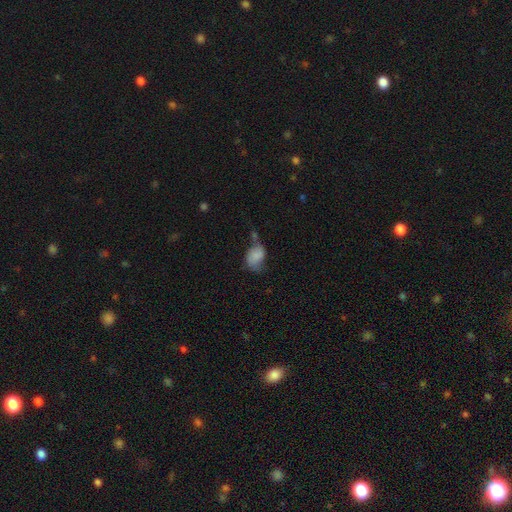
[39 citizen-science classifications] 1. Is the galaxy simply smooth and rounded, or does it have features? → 72% smooth, 23% featured or disk, 5% star or artifact.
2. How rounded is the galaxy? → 82% in between, 18% round, 0% cigar-shaped.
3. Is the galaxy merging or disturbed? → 38% major disturbance, 27% minor disturbance, 24% none, 11% merger.